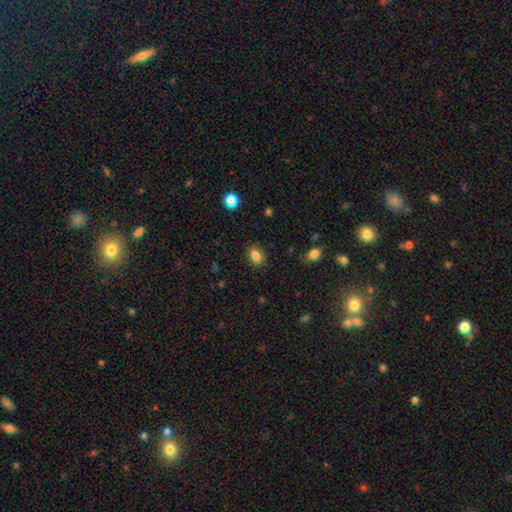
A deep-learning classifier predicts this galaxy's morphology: smooth 83%, star or artifact 10%, featured or disk 7%. Down the decision tree: how rounded — in between (75%); merging — none (84%).